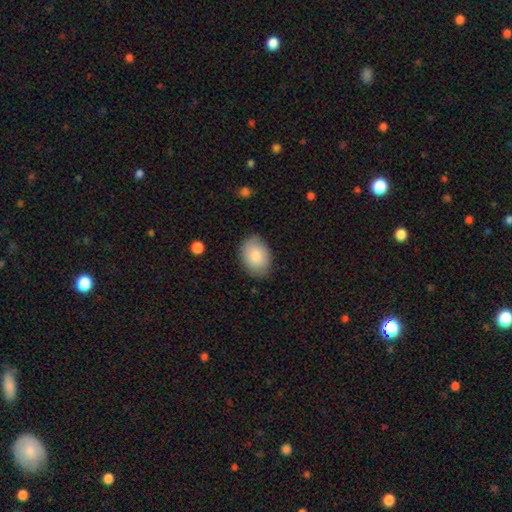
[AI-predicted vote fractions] smooth 85%, featured or disk 9%, star or artifact 6%. Down the decision tree: how rounded — in between (79%); merging — none (83%).